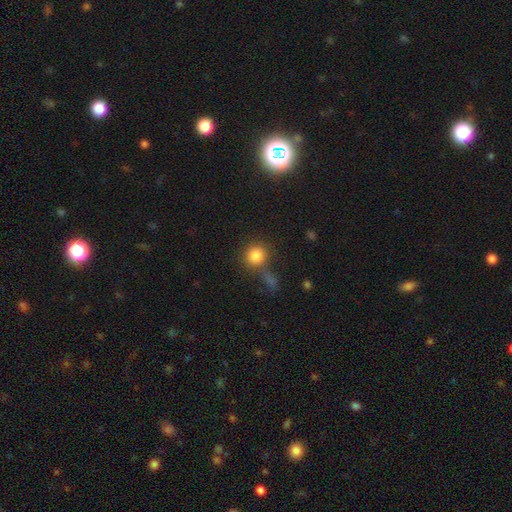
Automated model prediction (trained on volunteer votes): smooth 83%, star or artifact 10%, featured or disk 6%. Down the decision tree: how rounded — round (88%); merging — none (61%).